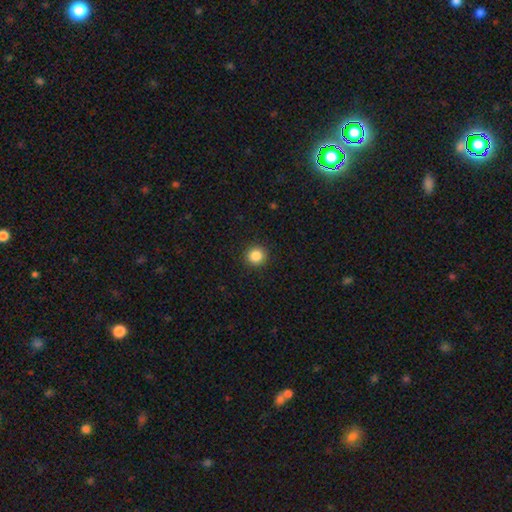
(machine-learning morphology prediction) smooth-or-featured: smooth: 86% | star or artifact: 10% | featured or disk: 4%
  how-rounded: round: 93% | in between: 6% | cigar-shaped: 1%
  merging: none: 92% | minor disturbance: 5% | major disturbance: 2% | merger: 1%